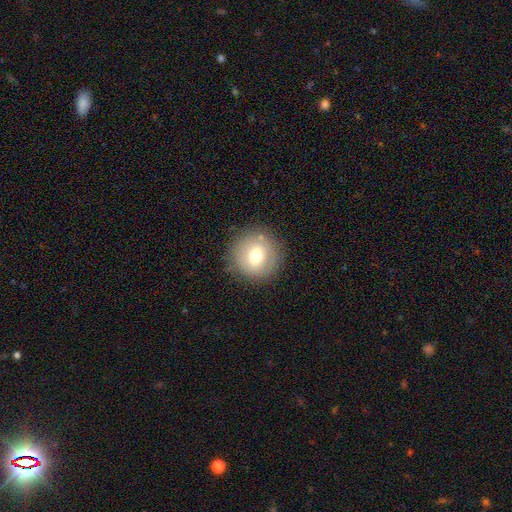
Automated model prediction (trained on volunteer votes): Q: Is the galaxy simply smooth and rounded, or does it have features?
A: smooth — 68%.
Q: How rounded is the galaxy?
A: round — 94%.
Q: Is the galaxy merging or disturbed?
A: none — 84%.